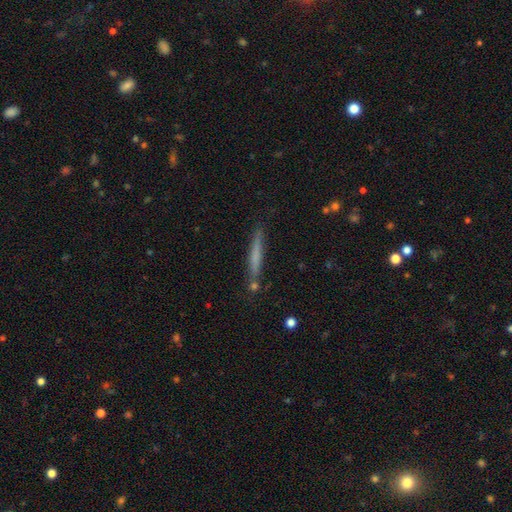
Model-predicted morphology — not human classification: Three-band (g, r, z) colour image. It shows a smooth galaxy with no disk features (59%) that is cigar-shaped (96%). Merging: none (83%).